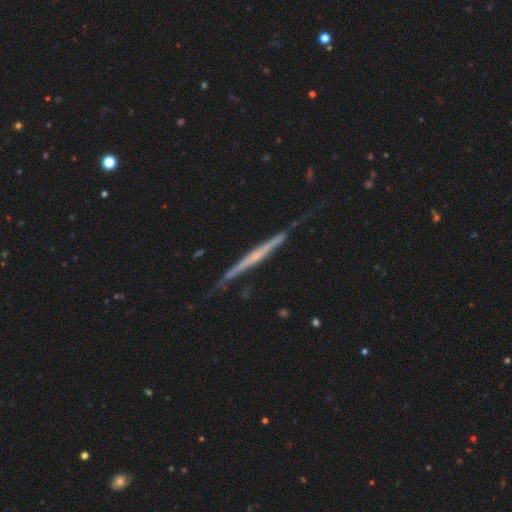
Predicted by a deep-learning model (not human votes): This is likely a featured or disk galaxy (73%). It is clearly viewed edge-on (96%). Edge-on bulge: likely none (68%). Merging: likely none (73%).